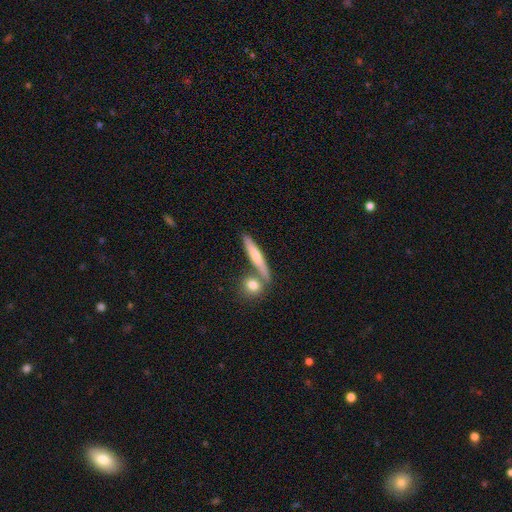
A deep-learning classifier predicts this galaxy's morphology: A smooth galaxy with no disk features (53%) that is cigar-shaped (83%). Merging: none (67%).